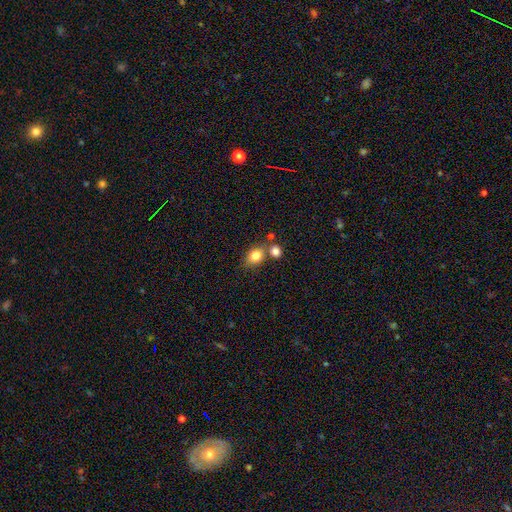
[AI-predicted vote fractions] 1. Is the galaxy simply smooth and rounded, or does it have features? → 82% smooth, 10% star or artifact, 8% featured or disk.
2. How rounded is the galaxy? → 51% round, 48% in between, 1% cigar-shaped.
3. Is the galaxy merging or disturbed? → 56% none, 28% merger, 12% minor disturbance, 4% major disturbance.